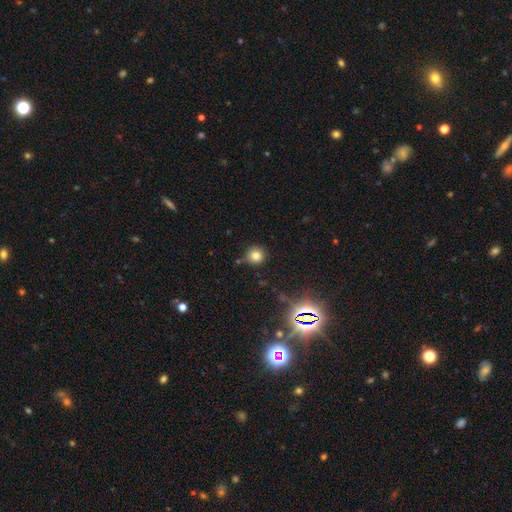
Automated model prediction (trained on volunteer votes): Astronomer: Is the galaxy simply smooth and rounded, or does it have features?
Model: smooth — 78%.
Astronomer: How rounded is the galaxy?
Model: round — 93%.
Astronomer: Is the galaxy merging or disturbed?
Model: none — 78%.